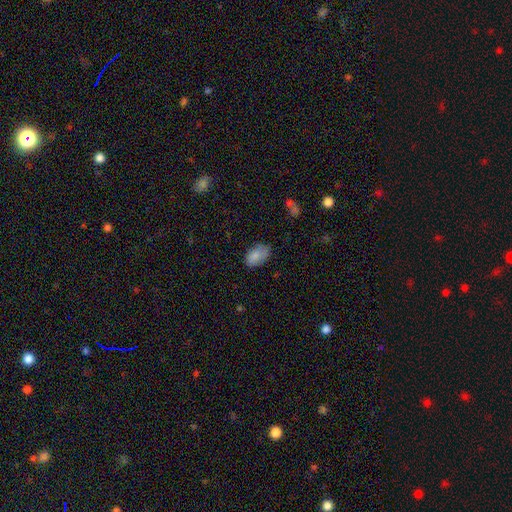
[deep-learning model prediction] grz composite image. It shows a smooth galaxy with no disk features (85%) that is in between round and cigar-shaped (93%). Merging: none (75%).